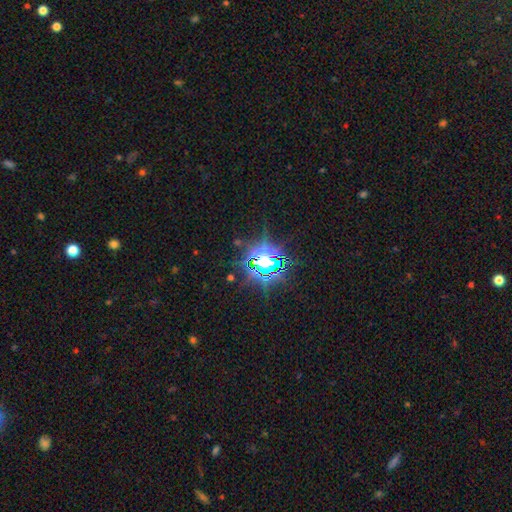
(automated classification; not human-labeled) smooth-or-featured: star or artifact: 81% | smooth: 11% | featured or disk: 8%